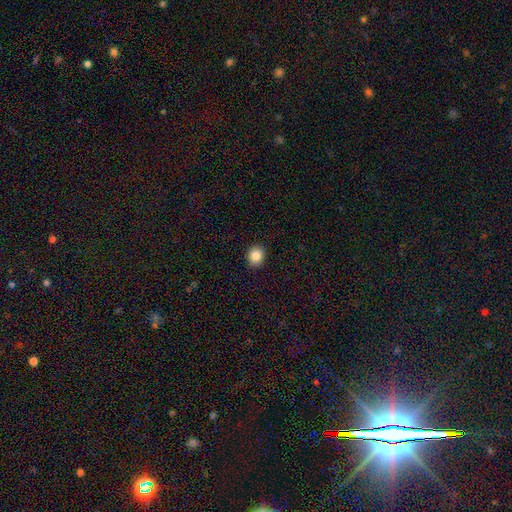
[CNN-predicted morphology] This appears to be a smooth galaxy with no disk features (86%) that is round (66%). Merging: none (91%).